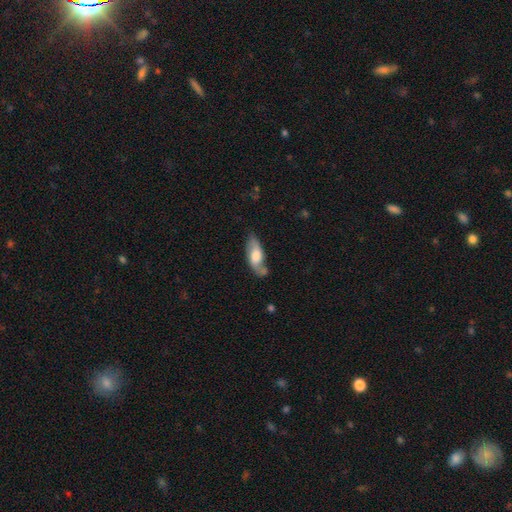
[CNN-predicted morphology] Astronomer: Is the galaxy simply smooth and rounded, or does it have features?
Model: featured or disk — 47% (runner-up: smooth, 46%).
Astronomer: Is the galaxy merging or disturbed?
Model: none — 60%.